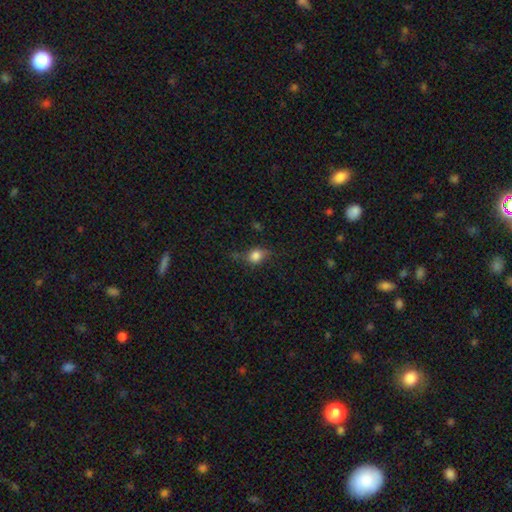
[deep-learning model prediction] Smooth or featured: smooth — 79% (star or artifact — 11%)
How rounded: round — 50% (in between — 48%)
Merging: none — 61% (minor disturbance — 26%)